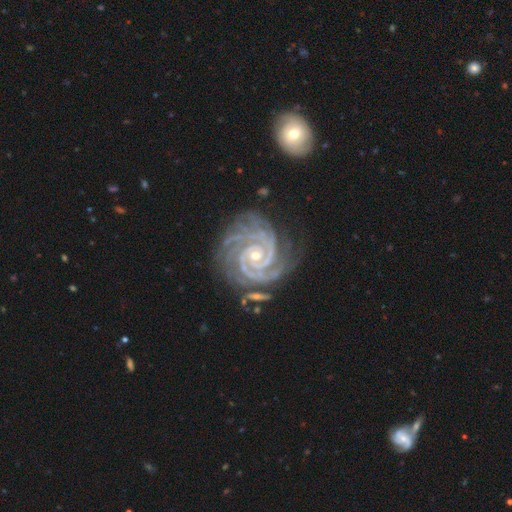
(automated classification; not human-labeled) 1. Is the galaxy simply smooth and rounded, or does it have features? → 93% featured or disk, 5% star or artifact, 2% smooth.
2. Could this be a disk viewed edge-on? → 98% no, 2% yes.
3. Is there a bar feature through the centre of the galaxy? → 63% no, 23% weak, 13% strong.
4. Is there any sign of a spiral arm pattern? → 99% yes, 1% no.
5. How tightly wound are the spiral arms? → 83% tight, 15% medium, 2% loose.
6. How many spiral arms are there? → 30% 3, 23% 2, 21% 4, 10% can't tell, 9% more than 4, 7% 1.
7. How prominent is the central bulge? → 63% small, 34% moderate, 1% large, 1% none, 1% dominant.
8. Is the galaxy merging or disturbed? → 68% none, 20% minor disturbance, 8% major disturbance, 4% merger.